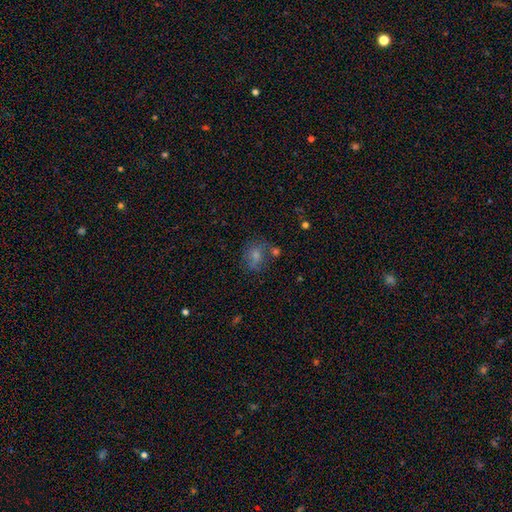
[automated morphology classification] Smooth or featured?
  - smooth: 63% *
  - featured or disk: 22%
  - star or artifact: 16%
How rounded?
  - in between: 50% *
  - round: 48%
  - cigar-shaped: 2%
Merging?
  - none: 53% *
  - minor disturbance: 21%
  - major disturbance: 13%
  - merger: 13%